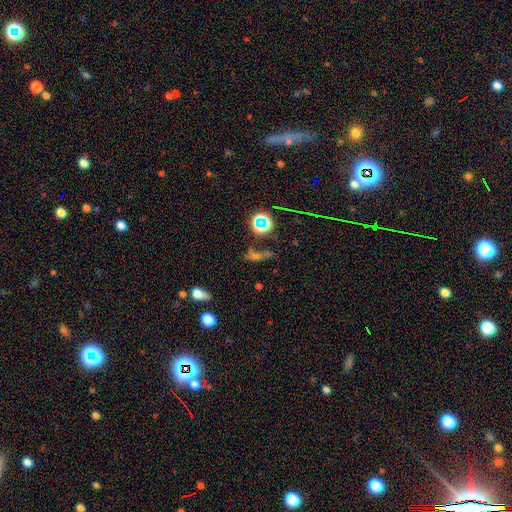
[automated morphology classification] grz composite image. It shows a star or artifact, not a galaxy (43%).